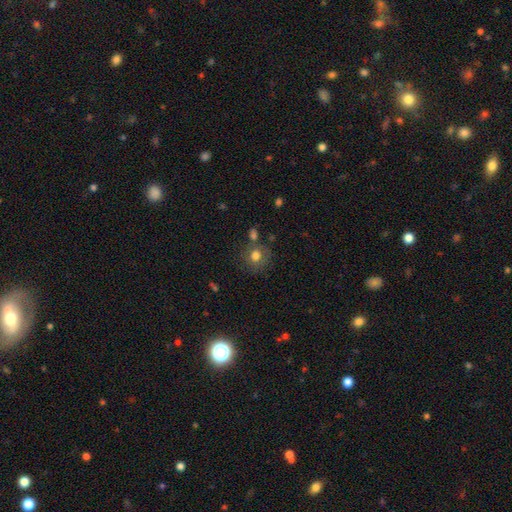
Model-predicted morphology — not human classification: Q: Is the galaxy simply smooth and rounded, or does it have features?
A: smooth — 76%.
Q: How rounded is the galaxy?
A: round — 80%.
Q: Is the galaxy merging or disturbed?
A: none — 66%.